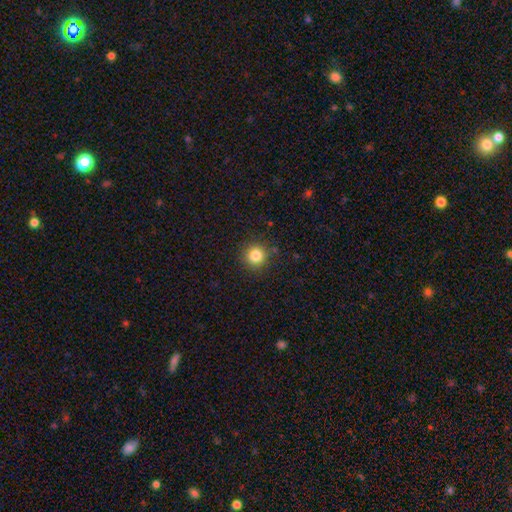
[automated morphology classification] Overall: smooth (83%). How rounded: round (94%). Merging: none (89%).